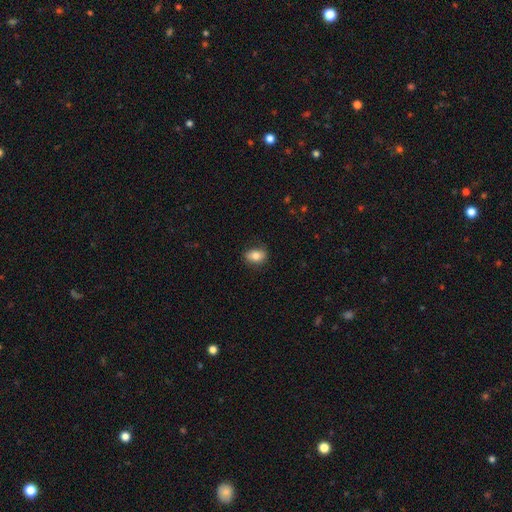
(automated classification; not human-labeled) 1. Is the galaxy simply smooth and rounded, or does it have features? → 80% smooth, 12% featured or disk, 8% star or artifact.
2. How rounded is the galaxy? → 78% in between, 20% round, 2% cigar-shaped.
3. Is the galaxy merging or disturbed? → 81% none, 15% minor disturbance, 3% major disturbance, 1% merger.